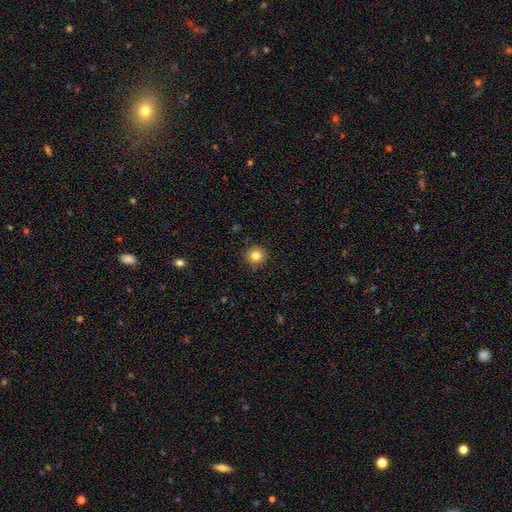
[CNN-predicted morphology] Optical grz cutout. It shows a smooth galaxy with no disk features (82%) that is round (93%). Merging: none (90%).